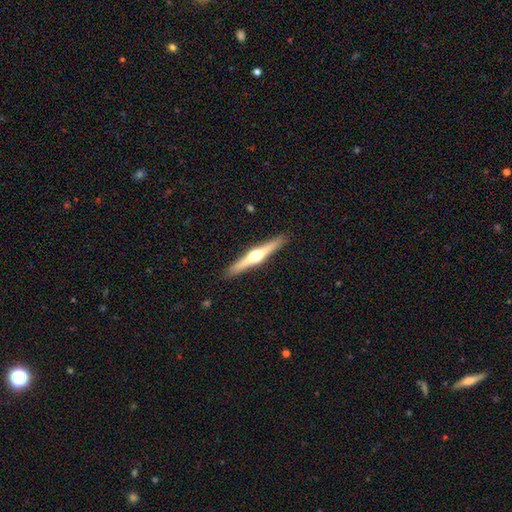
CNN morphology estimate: featured or disk 75%, smooth 21%, star or artifact 5%. Down the decision tree: edge-on disk — yes (98%); edge-on bulge — rounded (95%); merging — none (91%).